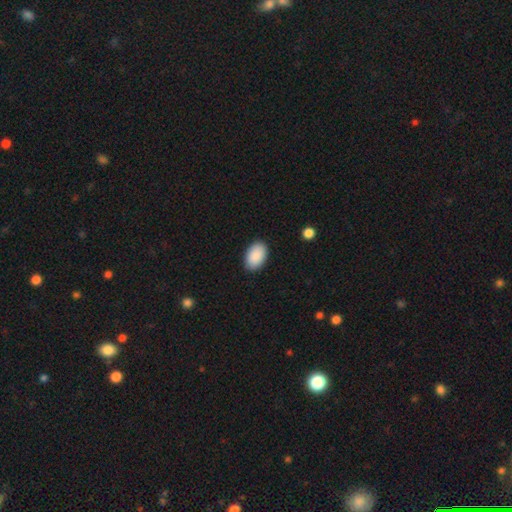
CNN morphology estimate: smooth_or_featured: smooth (p=0.91) [alt: star or artifact p=0.06]
how_rounded: in between (p=0.92) [alt: round p=0.07]
merging: none (p=0.89) [alt: minor disturbance p=0.08]